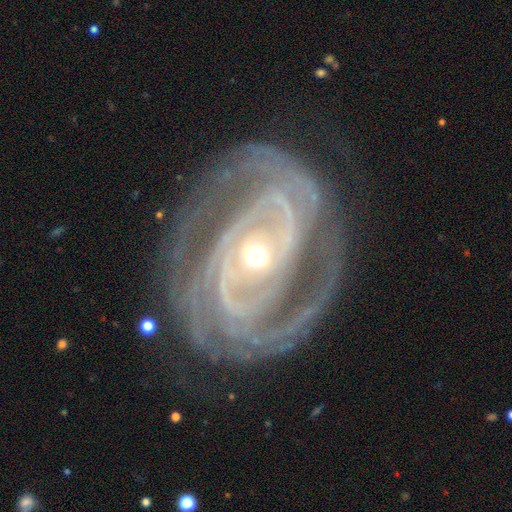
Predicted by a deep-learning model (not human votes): A featured or disk galaxy (92%) with no bar (40%), 2 (43%) tight (71%) spiral arms (97%) and a moderate central bulge (55%). Merging: none (74%).